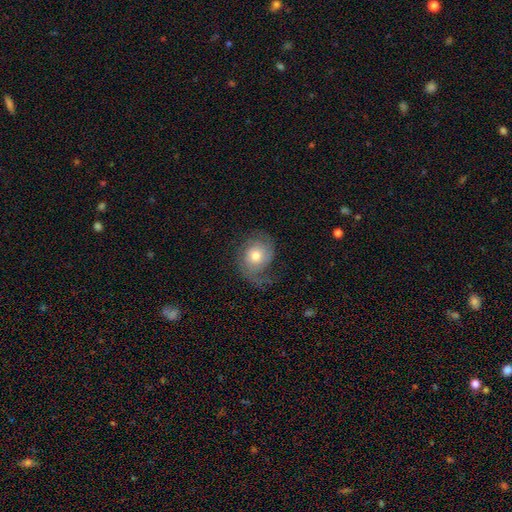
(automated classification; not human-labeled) A featured or disk galaxy (62%) with no bar (78%), 2 (63%) medium (38%) spiral arms (89%) and a moderate central bulge (66%). Merging: none (54%).